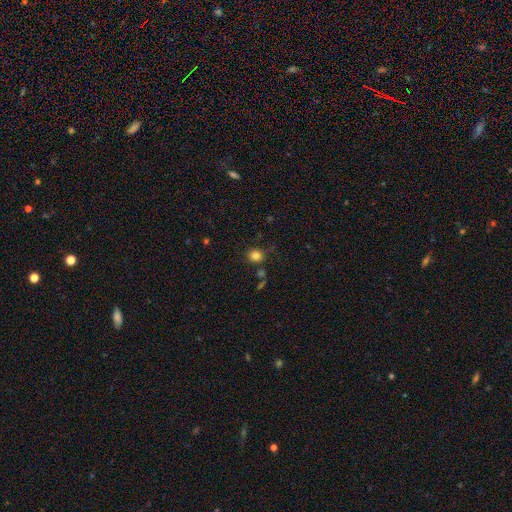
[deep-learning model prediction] A smooth galaxy with no disk features (82%) that is round (80%).

Vote fractions:
- Smooth or featured? smooth: 82% / star or artifact: 13% / featured or disk: 5%
- How rounded? round: 80% / in between: 19% / cigar-shaped: 1%
- Merging? none: 81% / minor disturbance: 11% / merger: 5% / major disturbance: 3%